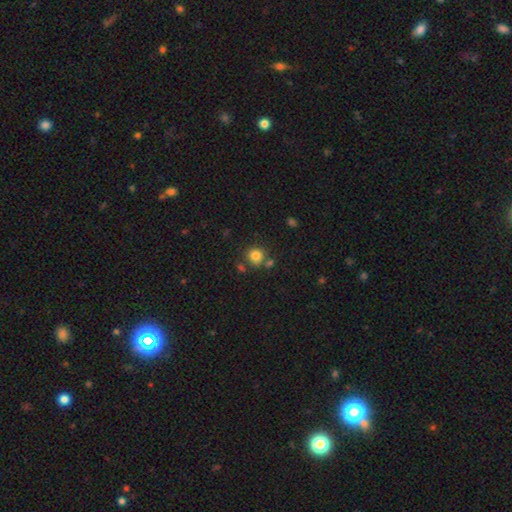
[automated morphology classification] This is clearly a smooth galaxy (81%). How rounded: clearly round (86%). Merging: likely none (68%).